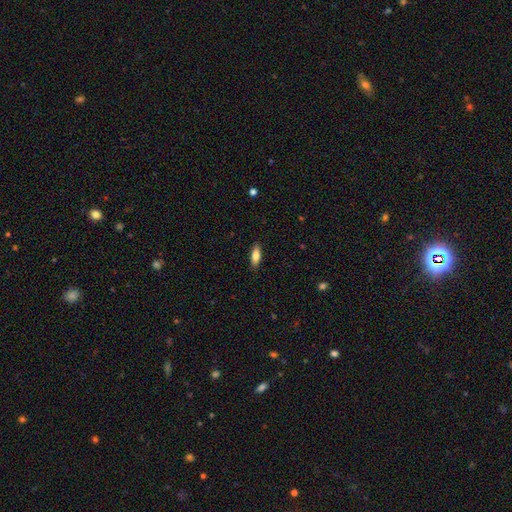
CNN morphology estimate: Q: Smooth or featured?
A: smooth (81%); runner-up: featured or disk (12%)
Q: How rounded?
A: in between (67%); runner-up: cigar-shaped (31%)
Q: Merging?
A: none (88%); runner-up: minor disturbance (9%)